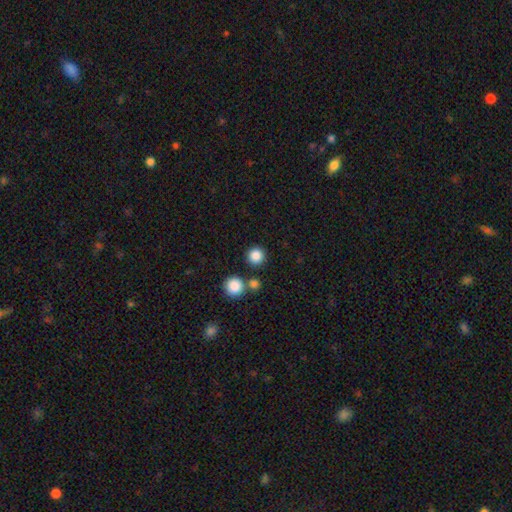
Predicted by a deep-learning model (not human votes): Smooth or featured?
  - smooth: 85% *
  - star or artifact: 11%
  - featured or disk: 4%
How rounded?
  - round: 94% *
  - in between: 5%
  - cigar-shaped: 1%
Merging?
  - none: 82% *
  - merger: 9%
  - minor disturbance: 6%
  - major disturbance: 3%